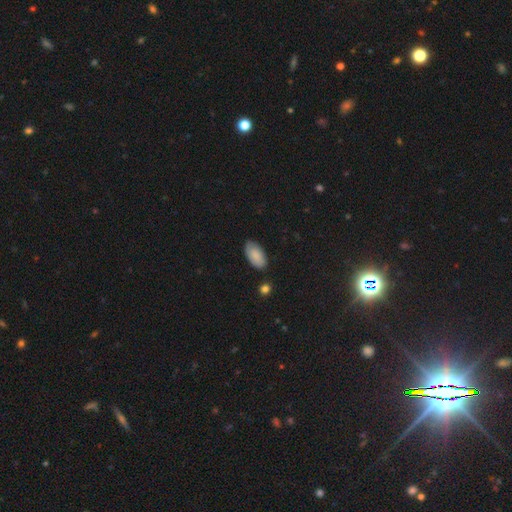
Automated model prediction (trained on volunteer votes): This appears to be a smooth galaxy with no disk features (85%) that is in between round and cigar-shaped (95%). Merging: none (80%).